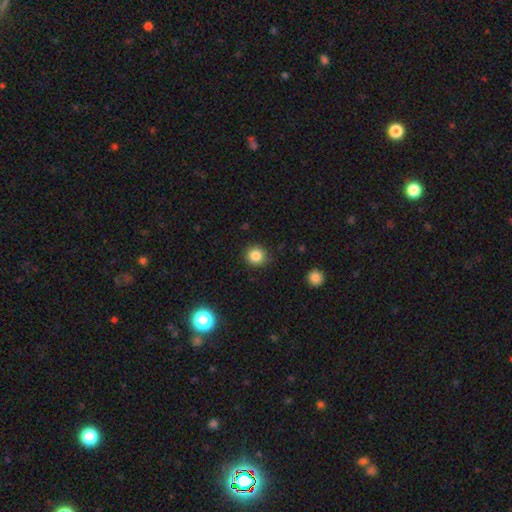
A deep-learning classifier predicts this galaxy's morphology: Smooth or featured? smooth (84%)
How rounded? round (93%)
Merging? none (90%)